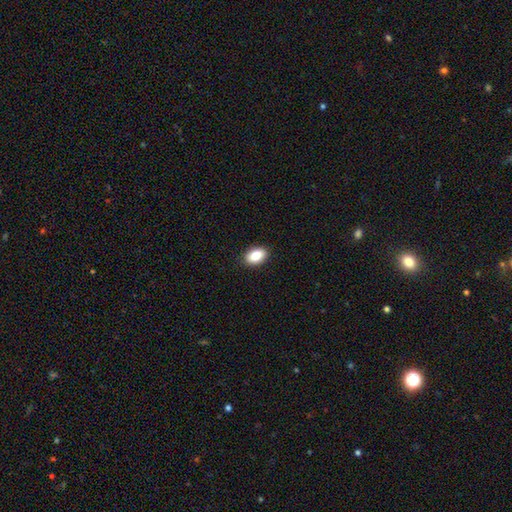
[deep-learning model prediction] Smooth or featured: smooth — 85% (star or artifact — 8%)
How rounded: in between — 88% (round — 11%)
Merging: none — 90% (minor disturbance — 7%)